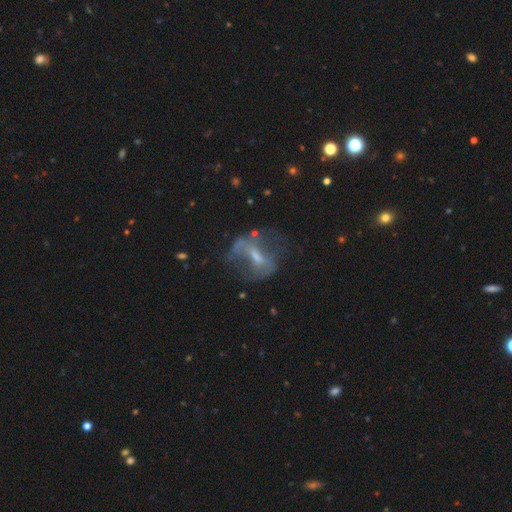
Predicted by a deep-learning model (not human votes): featured or disk 65%, smooth 22%, star or artifact 13%. Down the decision tree: edge-on disk — no (93%); bar — weak (43%); spiral arms — yes (57%); bulge size — small (43%); merging — none (47%).